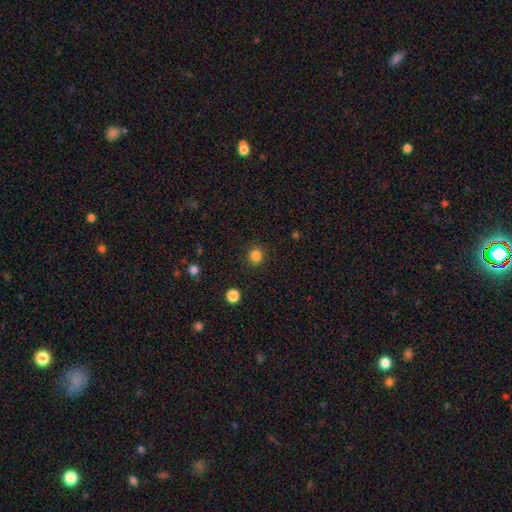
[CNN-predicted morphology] smooth 84%, star or artifact 12%, featured or disk 3%. Down the decision tree: how rounded — round (86%); merging — none (91%).